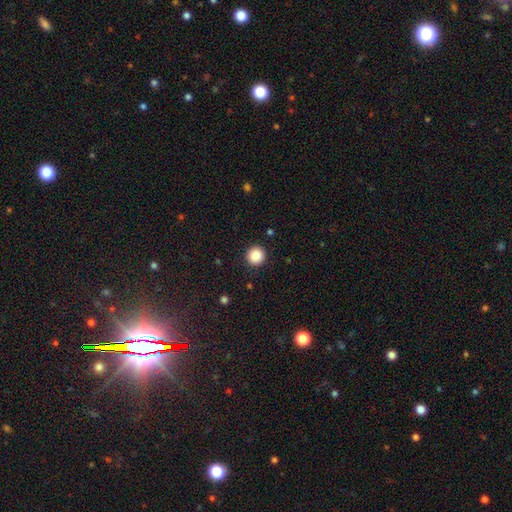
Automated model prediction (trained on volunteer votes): The model was most divided on "smooth or featured": smooth: 88%, star or artifact: 9%, featured or disk: 3%. More confident: how rounded — round (95%); merging — none (91%).